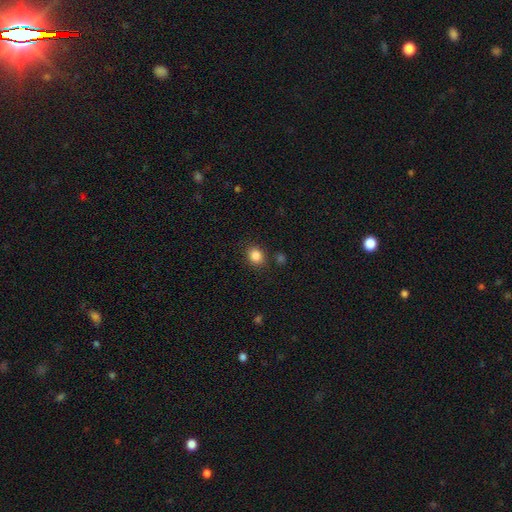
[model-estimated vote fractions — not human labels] A smooth galaxy with no disk features (85%) that is round (64%).

Vote fractions:
- Smooth or featured? smooth: 85% / star or artifact: 10% / featured or disk: 5%
- How rounded? round: 64% / in between: 35% / cigar-shaped: 1%
- Merging? none: 85% / minor disturbance: 9% / merger: 3% / major disturbance: 3%